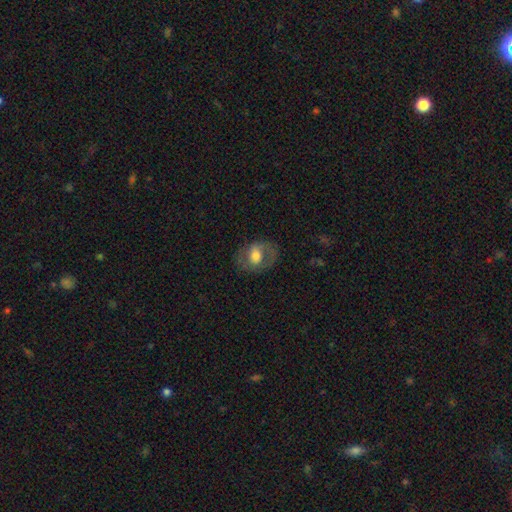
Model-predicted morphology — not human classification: The model was most divided on "smooth or featured": smooth: 48%, featured or disk: 44%, star or artifact: 8%. More confident: merging — none (62%).